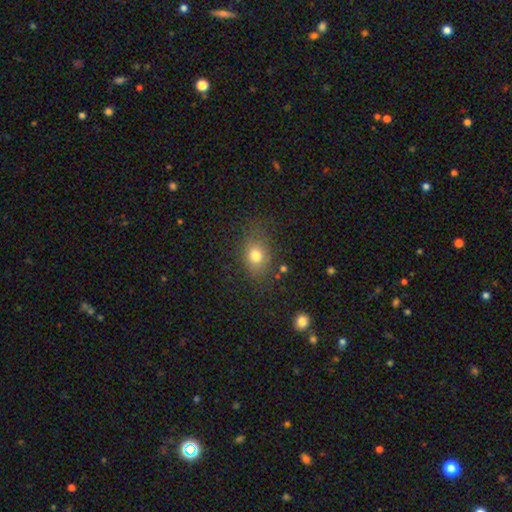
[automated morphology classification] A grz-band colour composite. It shows a smooth galaxy with no disk features (76%) that is in between round and cigar-shaped (61%). Merging: none (74%).